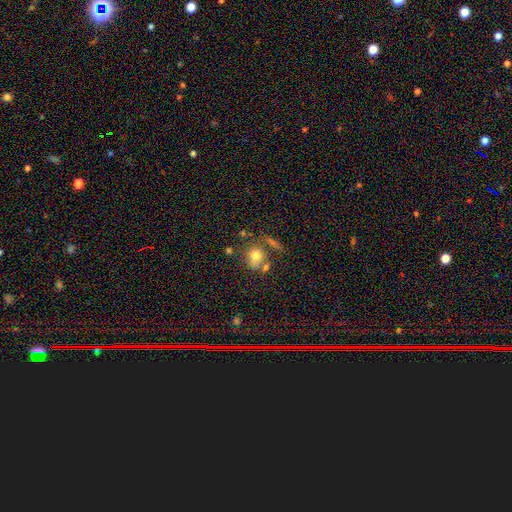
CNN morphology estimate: Smooth or featured? Predicted: smooth (p=0.74). How rounded? Predicted: round (p=0.66). Merging? Predicted: none (p=0.50).